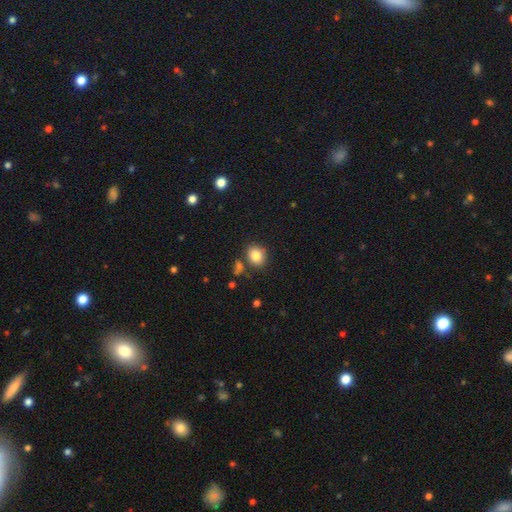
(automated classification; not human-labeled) A smooth galaxy with no disk features (83%) that is round (62%).

Vote fractions:
- Smooth or featured? smooth: 83% / star or artifact: 10% / featured or disk: 7%
- How rounded? round: 62% / in between: 37% / cigar-shaped: 1%
- Merging? none: 77% / minor disturbance: 11% / merger: 8% / major disturbance: 3%